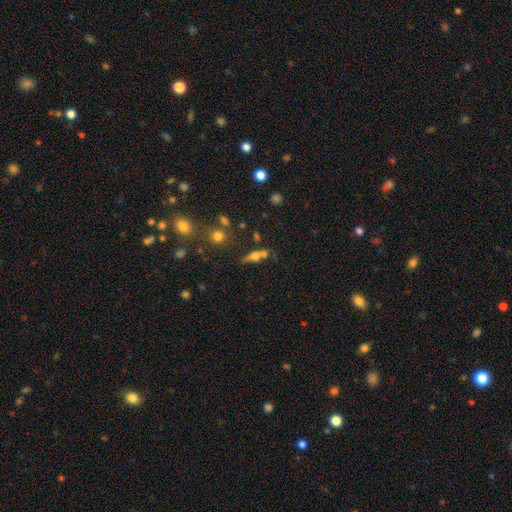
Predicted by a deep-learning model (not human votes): Smooth or featured? Predicted: smooth (p=0.45). Merging? Predicted: none (p=0.49).